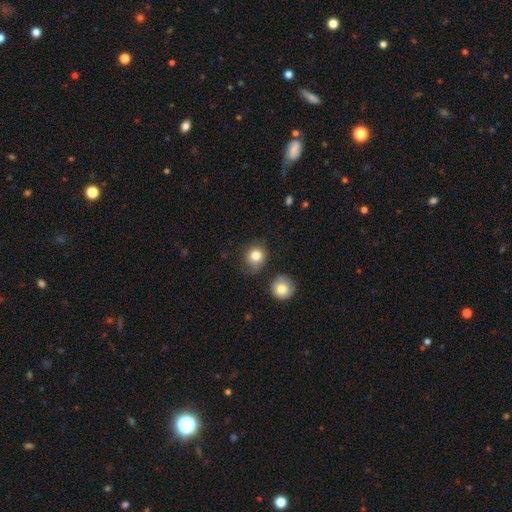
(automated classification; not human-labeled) Smooth or featured: smooth — 82% (star or artifact — 10%)
How rounded: round — 81% (in between — 18%)
Merging: none — 70% (minor disturbance — 19%)